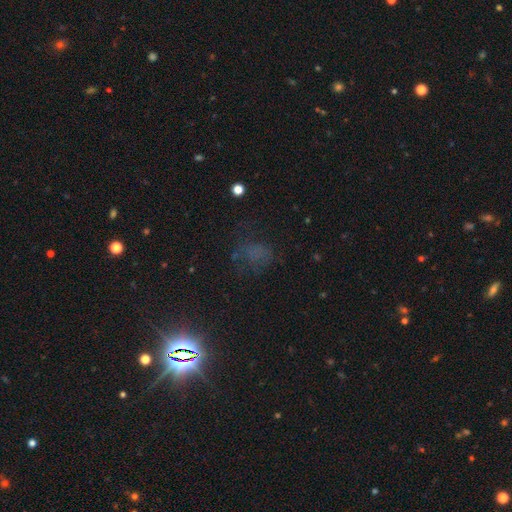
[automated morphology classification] smooth-or-featured: star or artifact: 50% | smooth: 34% | featured or disk: 16%